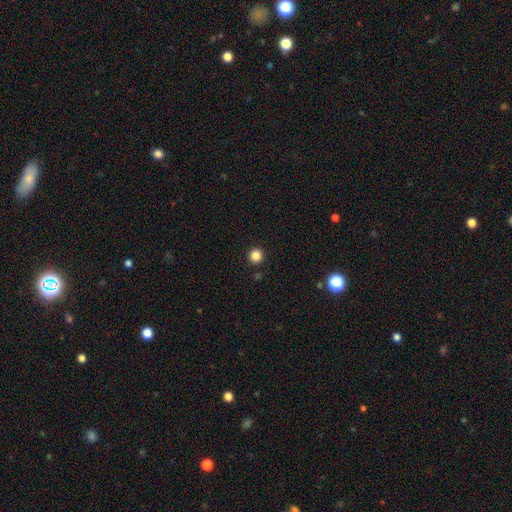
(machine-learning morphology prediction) Smooth or featured? smooth (84%)
How rounded? round (95%)
Merging? none (92%)